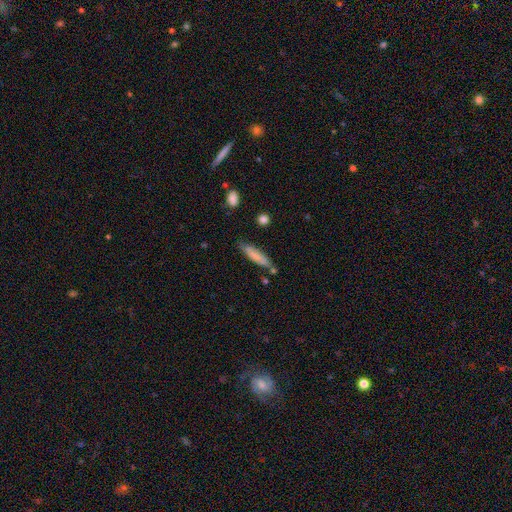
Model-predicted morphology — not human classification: type=smooth (75%); roundness=cigar-shaped (80%); merging=none (70%).